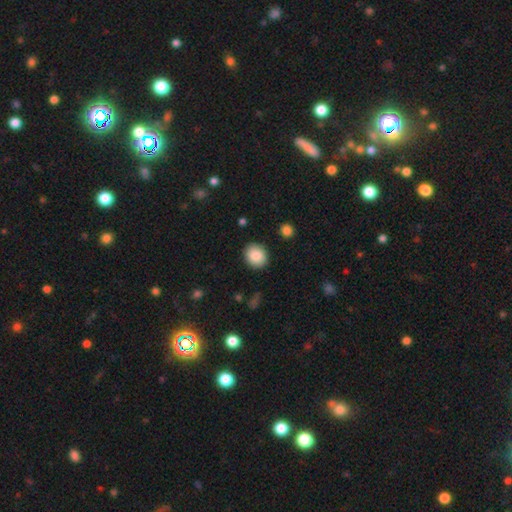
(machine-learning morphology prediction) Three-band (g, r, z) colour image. It shows a smooth galaxy with no disk features (87%) that is round (74%). Merging: none (89%).